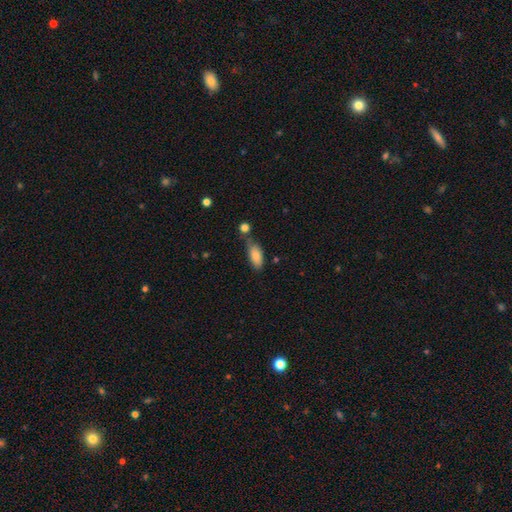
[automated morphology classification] Smooth or featured? smooth (83%)
How rounded? in between (85%)
Merging? none (51%)